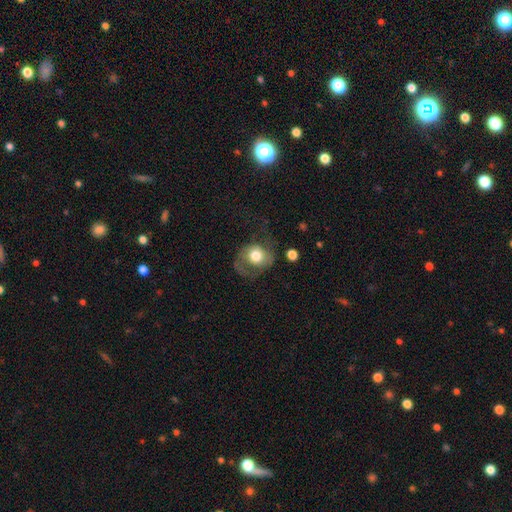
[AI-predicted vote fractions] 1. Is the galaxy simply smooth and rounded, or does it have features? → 56% smooth, 37% featured or disk, 7% star or artifact.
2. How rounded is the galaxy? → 65% round, 34% in between, 1% cigar-shaped.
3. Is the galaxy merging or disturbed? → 38% major disturbance, 37% none, 21% minor disturbance, 3% merger.